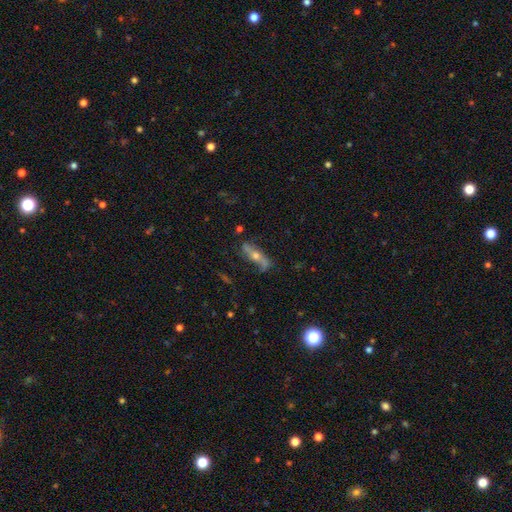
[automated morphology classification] Smooth or featured?
  - featured or disk: 67% *
  - smooth: 24%
  - star or artifact: 9%
Edge-on disk?
  - no: 51% *
  - yes: 49%
Merging?
  - none: 71% *
  - minor disturbance: 18%
  - major disturbance: 8%
  - merger: 3%